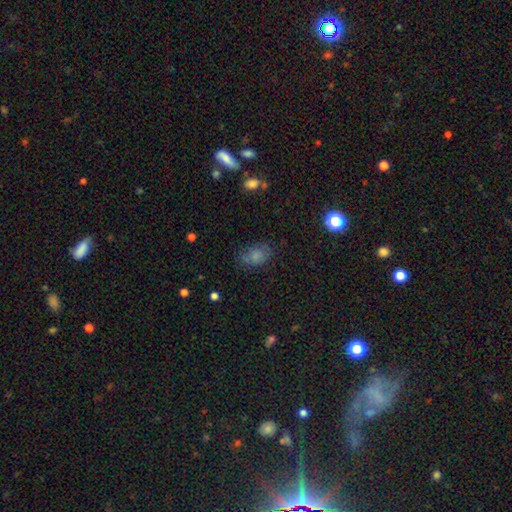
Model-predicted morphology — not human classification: A smooth galaxy with no disk features (76%) that is in between round and cigar-shaped (82%). Merging: none (72%).